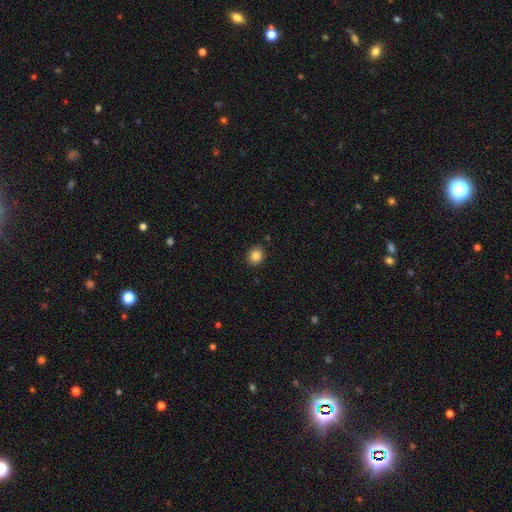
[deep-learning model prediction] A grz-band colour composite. It shows a smooth galaxy with no disk features (84%) that is round (77%). Merging: none (90%).